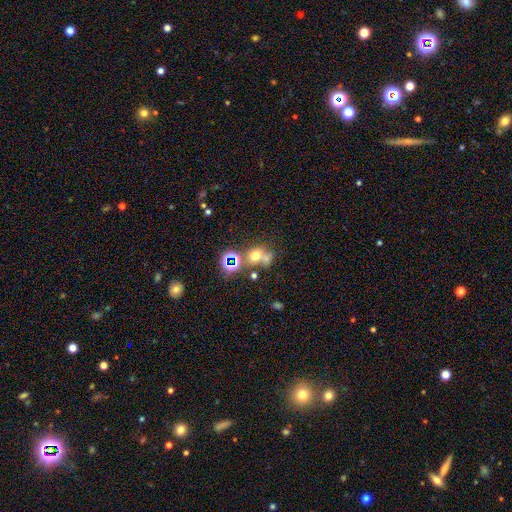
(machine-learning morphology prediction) The model was most divided on "merging": merger: 42%, none: 37%, minor disturbance: 11%, major disturbance: 10%. More confident: how rounded — round (66%); smooth or featured — smooth (53%).